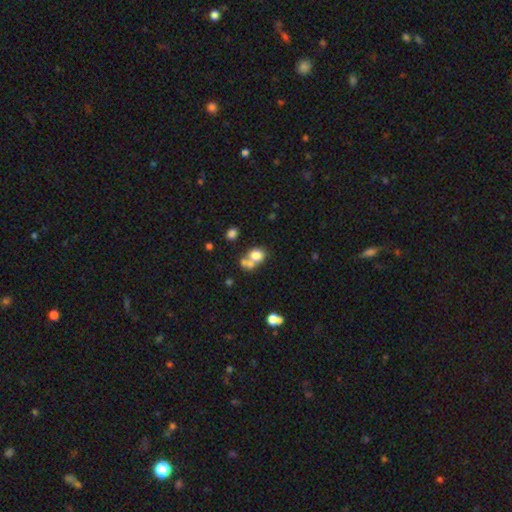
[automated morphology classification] The model was most divided on "merging": merger: 50%, none: 36%, minor disturbance: 9%, major disturbance: 6%. More confident: smooth or featured — smooth (72%); how rounded — round (60%).